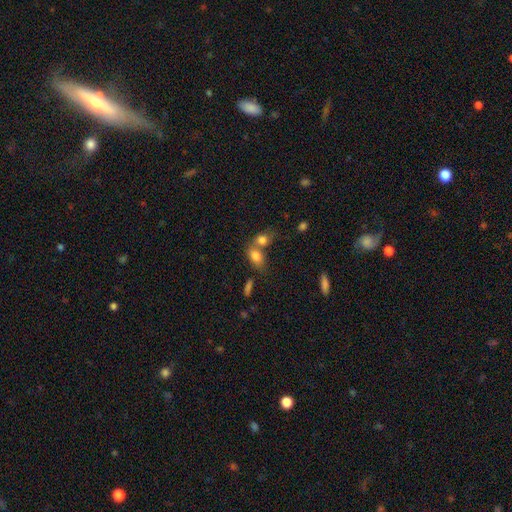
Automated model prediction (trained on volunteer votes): This is likely a smooth galaxy (80%). How rounded: likely in between (77%). Merging: possibly merger (53%).